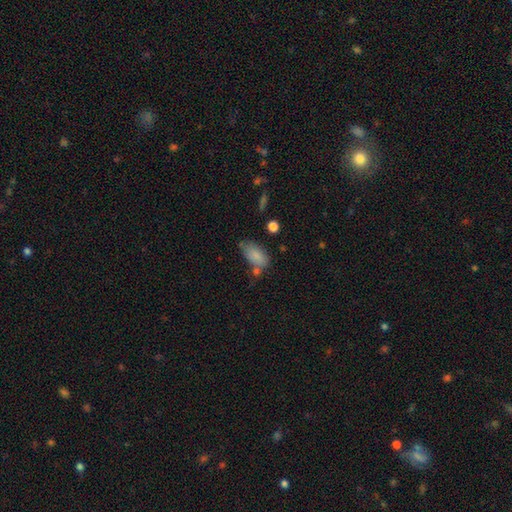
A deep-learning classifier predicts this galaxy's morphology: This is clearly a smooth galaxy (84%). How rounded: clearly in between (91%). Merging: possibly none (54%).